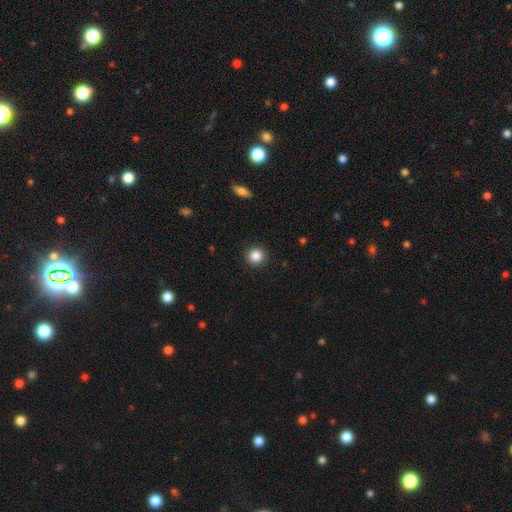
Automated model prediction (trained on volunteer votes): Smooth or featured? Predicted: smooth (p=0.86). How rounded? Predicted: round (p=0.94). Merging? Predicted: none (p=0.92).